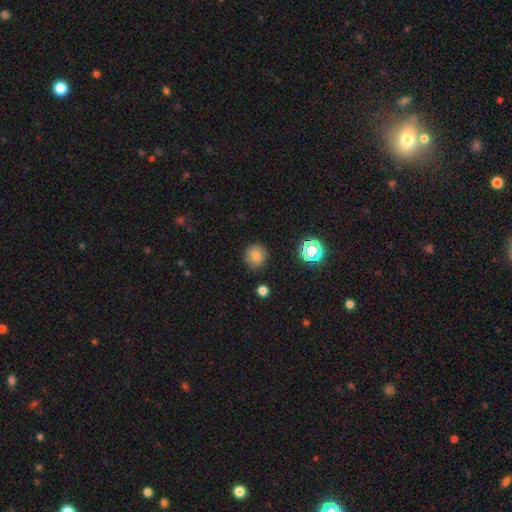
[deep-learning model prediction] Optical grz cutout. It shows a smooth galaxy with no disk features (77%) that is round (89%). Merging: none (87%).